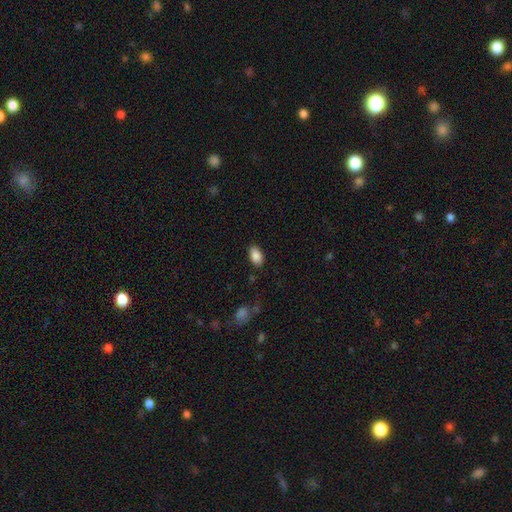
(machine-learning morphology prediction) smooth-or-featured: smooth: 88% | star or artifact: 7% | featured or disk: 4%
  how-rounded: in between: 93% | round: 5% | cigar-shaped: 2%
  merging: none: 86% | minor disturbance: 10% | major disturbance: 3% | merger: 1%